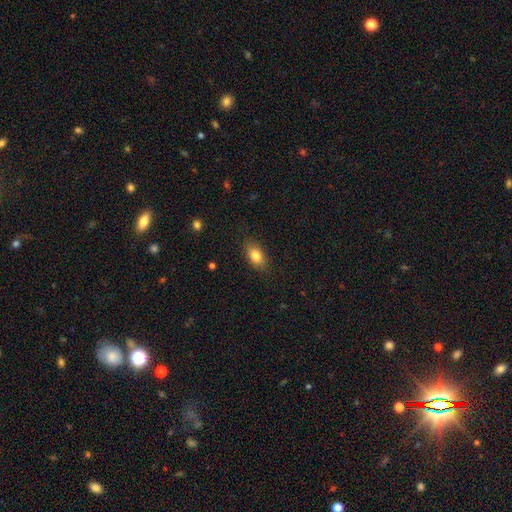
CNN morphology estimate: smooth-or-featured: smooth: 84% | featured or disk: 8% | star or artifact: 8%
  how-rounded: in between: 87% | round: 10% | cigar-shaped: 3%
  merging: none: 85% | minor disturbance: 11% | major disturbance: 3% | merger: 1%